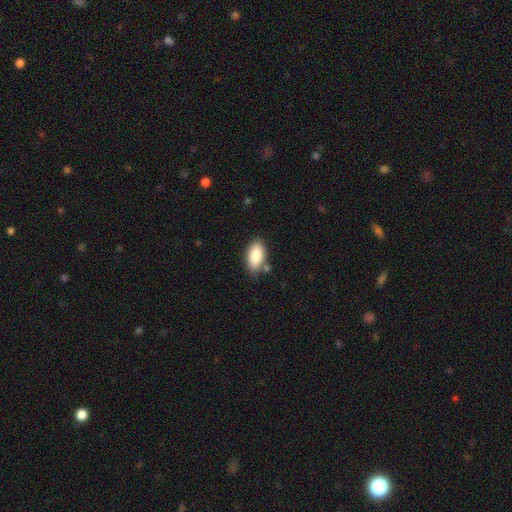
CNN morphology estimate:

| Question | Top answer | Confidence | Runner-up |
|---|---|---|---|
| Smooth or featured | smooth | 86% | featured or disk (8%) |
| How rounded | in between | 93% | cigar-shaped (4%) |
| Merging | none | 74% | minor disturbance (15%) |